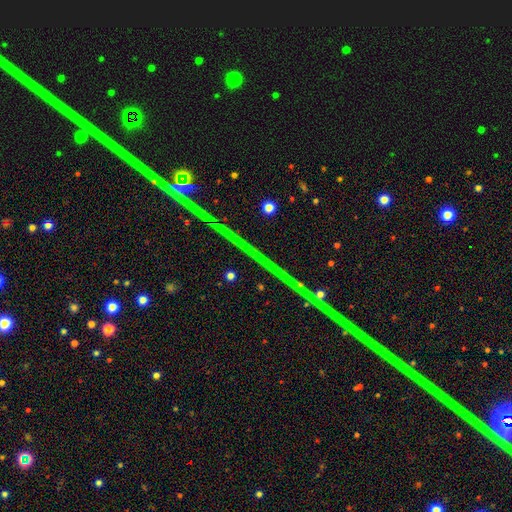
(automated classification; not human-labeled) Morphology: type=star or artifact (81%).